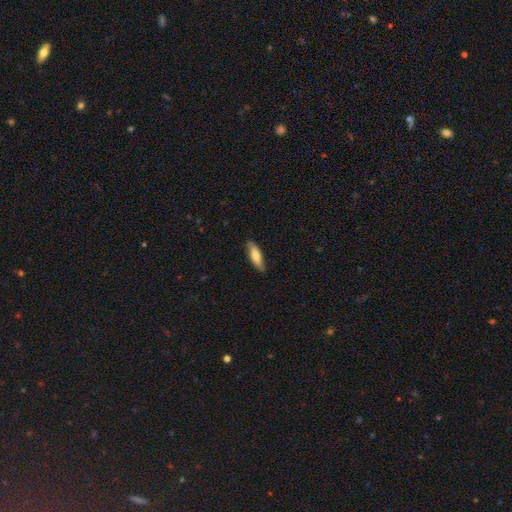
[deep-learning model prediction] This is likely a smooth galaxy (73%). How rounded: possibly cigar-shaped (53%). Merging: clearly none (85%).